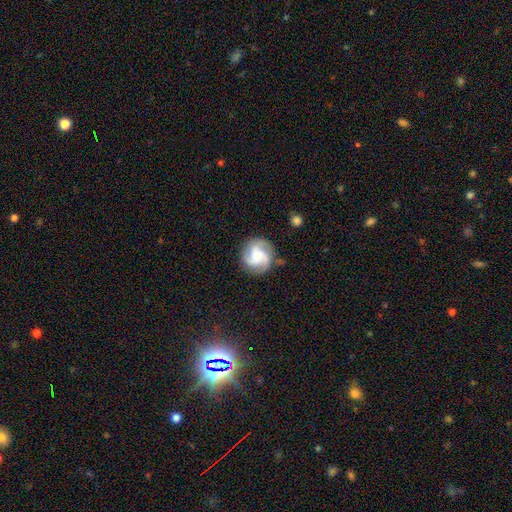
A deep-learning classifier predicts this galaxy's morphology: The model was most divided on "bulge size": moderate: 31%, small: 25%, large: 23%, none: 16%, dominant: 5%. Remaining: edge-on disk — no (98%); spiral arms — yes (97%); merging — none (80%); smooth or featured — featured or disk (78%); spiral arm count — 3 (73%); bar — no (62%); spiral winding — medium (49%).